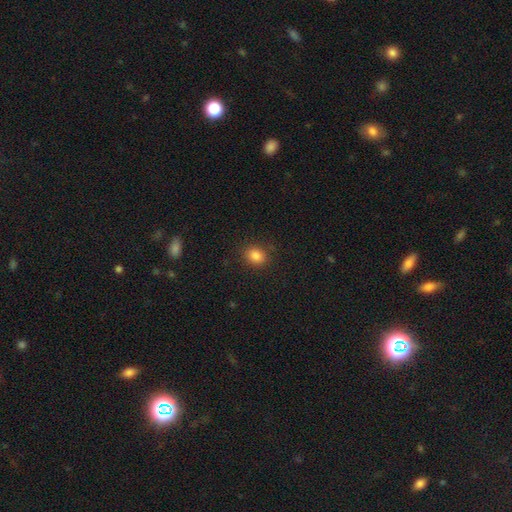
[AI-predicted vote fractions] This appears to be a smooth galaxy with no disk features (84%) that is round (62%). Merging: none (87%).